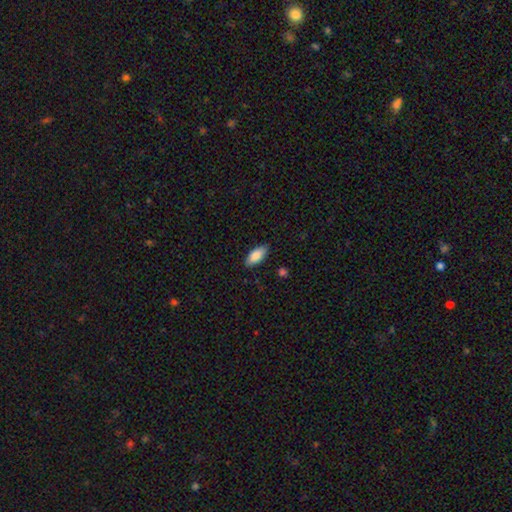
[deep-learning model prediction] Overall: smooth (86%). How rounded: in between (88%). Merging: none (85%).